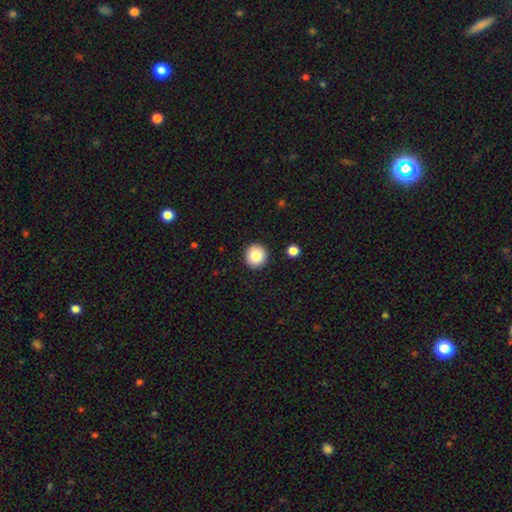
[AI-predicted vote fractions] This is clearly a smooth galaxy (84%). How rounded: clearly round (94%). Merging: clearly none (91%).